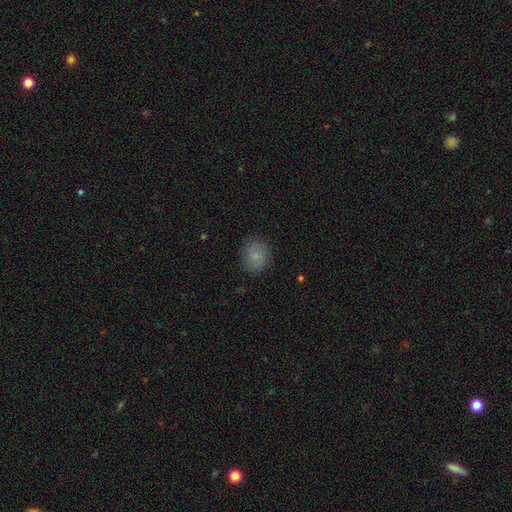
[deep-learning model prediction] Morphology: type=smooth (82%); roundness=round (73%); merging=none (85%).